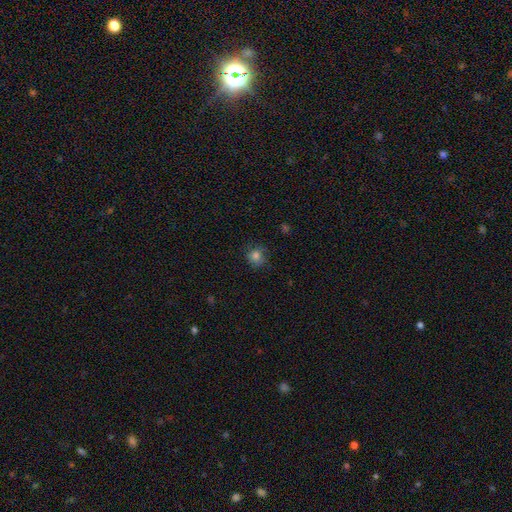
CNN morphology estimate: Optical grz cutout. It shows a smooth galaxy with no disk features (81%) that is round (85%). Merging: none (77%).